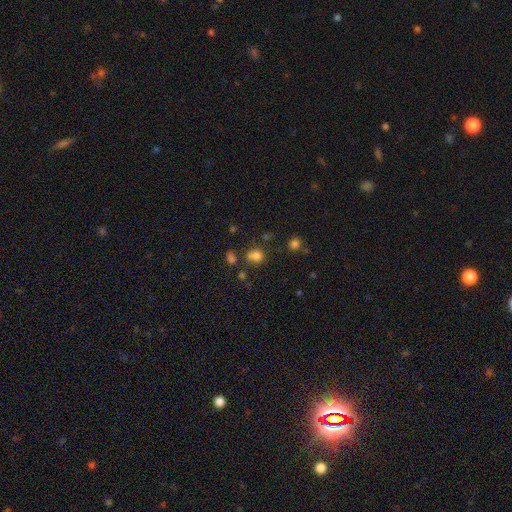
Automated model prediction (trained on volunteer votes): Smooth or featured: smooth — 77% (star or artifact — 17%)
How rounded: round — 67% (in between — 31%)
Merging: none — 67% (minor disturbance — 17%)